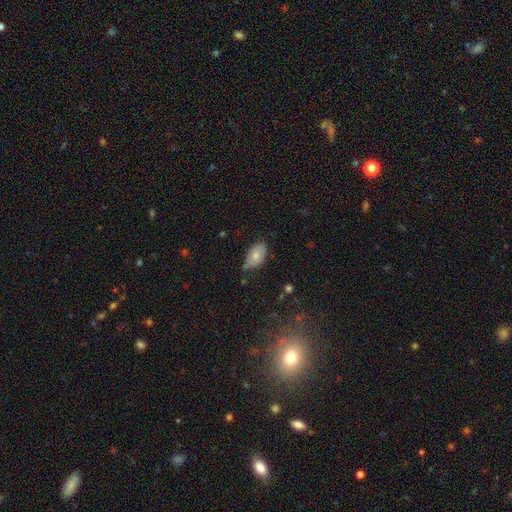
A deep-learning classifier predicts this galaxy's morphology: This is likely a smooth galaxy (77%). How rounded: clearly in between (92%). Merging: likely none (62%).